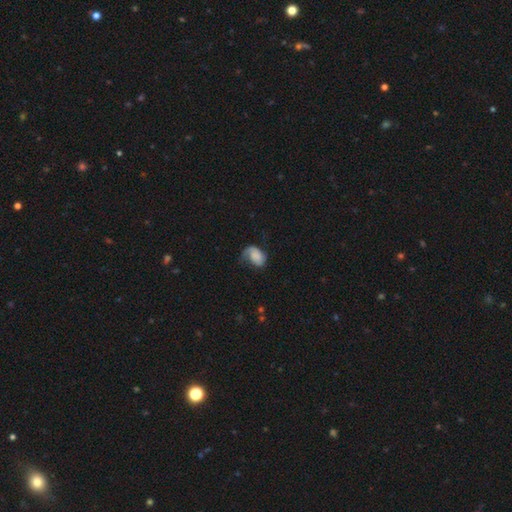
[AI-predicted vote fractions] A featured or disk galaxy (52%) with no bar (71%), spiral arms (88%) and no central bulge (42%). Merging: none (38%).